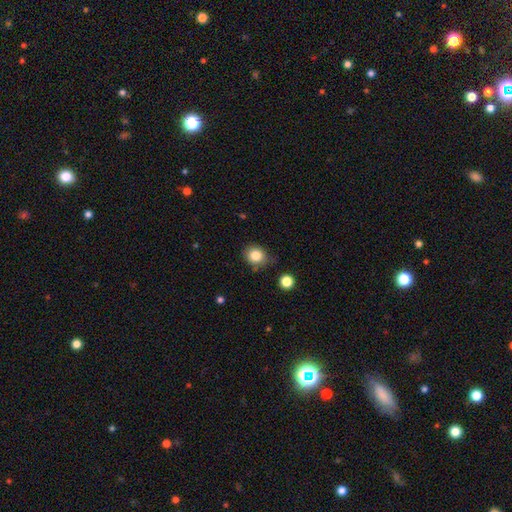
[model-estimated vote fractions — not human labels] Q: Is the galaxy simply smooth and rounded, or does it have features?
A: smooth — 84%.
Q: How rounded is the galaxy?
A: round — 76%.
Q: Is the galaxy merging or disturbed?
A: none — 76%.